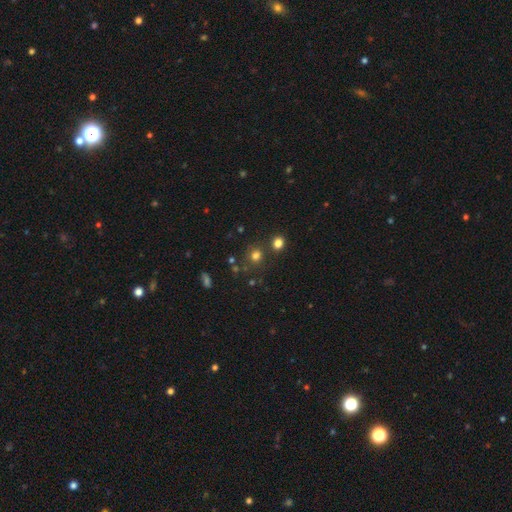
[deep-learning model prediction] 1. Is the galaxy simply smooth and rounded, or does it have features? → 75% smooth, 19% star or artifact, 6% featured or disk.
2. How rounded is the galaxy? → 84% round, 15% in between, 1% cigar-shaped.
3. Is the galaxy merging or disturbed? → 74% none, 13% merger, 9% minor disturbance, 4% major disturbance.